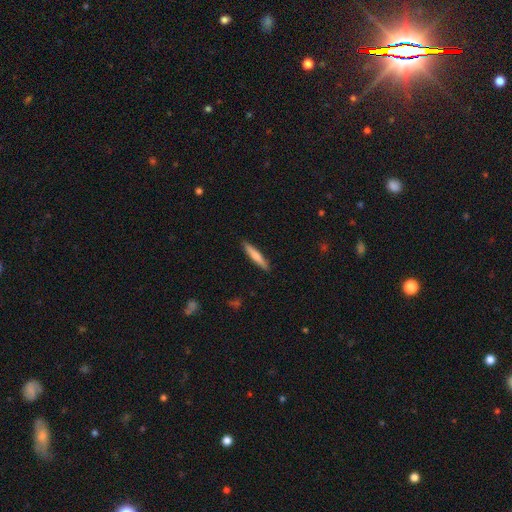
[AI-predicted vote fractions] Smooth or featured? Predicted: smooth (p=0.73). How rounded? Predicted: cigar-shaped (p=0.92). Merging? Predicted: none (p=0.91).